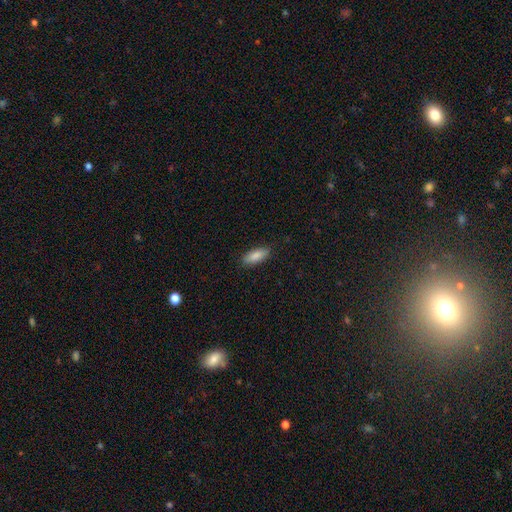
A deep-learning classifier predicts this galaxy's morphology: smooth-or-featured: smooth: 87% | featured or disk: 6% | star or artifact: 6%
  how-rounded: in between: 75% | cigar-shaped: 23% | round: 2%
  merging: none: 87% | minor disturbance: 10% | major disturbance: 2% | merger: 1%